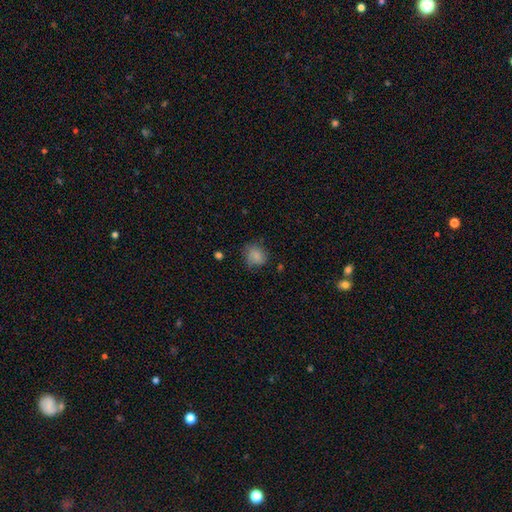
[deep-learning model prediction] smooth_or_featured: smooth (p=0.81) [alt: star or artifact p=0.10]
how_rounded: round (p=0.69) [alt: in between p=0.30]
merging: none (p=0.65) [alt: minor disturbance p=0.25]